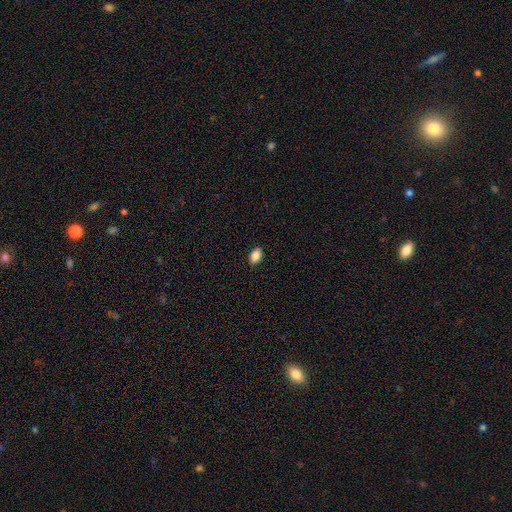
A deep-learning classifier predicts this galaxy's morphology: A smooth galaxy with no disk features (88%) that is in between round and cigar-shaped (85%). Merging: none (88%).